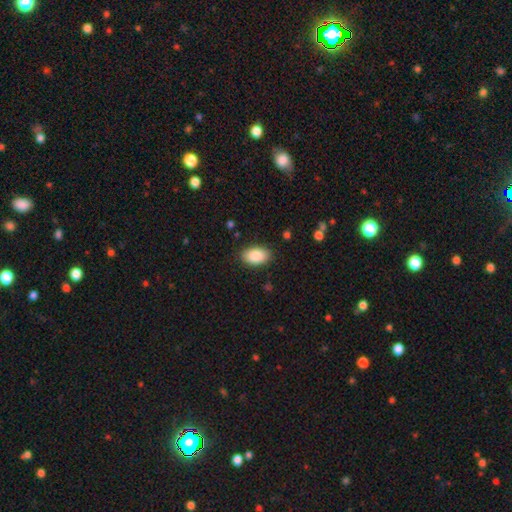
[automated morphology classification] Smooth or featured: smooth — 88% (star or artifact — 7%)
How rounded: in between — 93% (round — 6%)
Merging: none — 87% (minor disturbance — 9%)